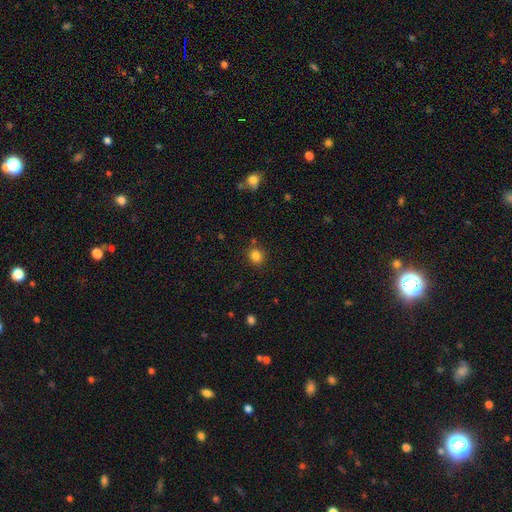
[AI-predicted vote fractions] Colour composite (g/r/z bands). It shows a smooth galaxy with no disk features (83%) that is round (72%). Merging: none (82%).